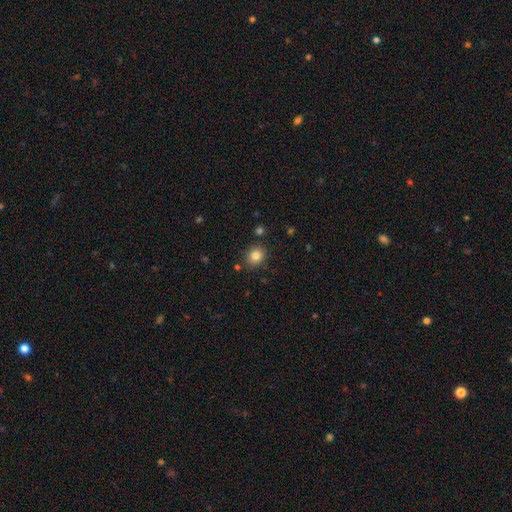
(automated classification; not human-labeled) Smooth or featured: smooth — 82% (star or artifact — 12%)
How rounded: round — 73% (in between — 26%)
Merging: none — 84% (minor disturbance — 10%)